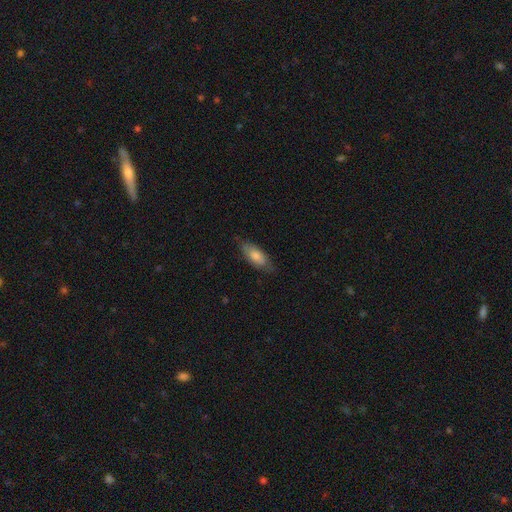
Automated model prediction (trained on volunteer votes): smooth 73%, featured or disk 21%, star or artifact 6%. Down the decision tree: how rounded — in between (73%); merging — none (77%).